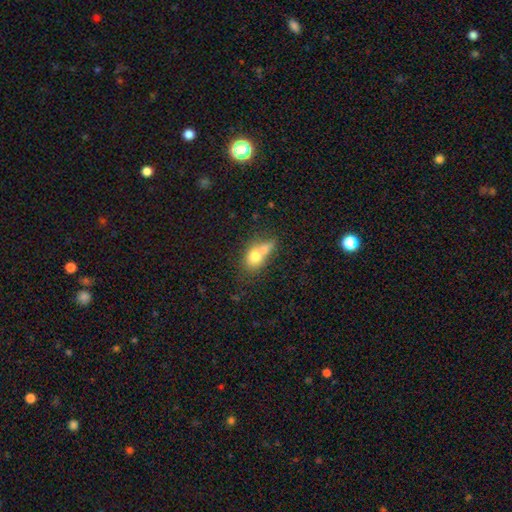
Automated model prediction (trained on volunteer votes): Smooth or featured? Predicted: smooth (p=0.71). How rounded? Predicted: in between (p=0.57). Merging? Predicted: merger (p=0.59).